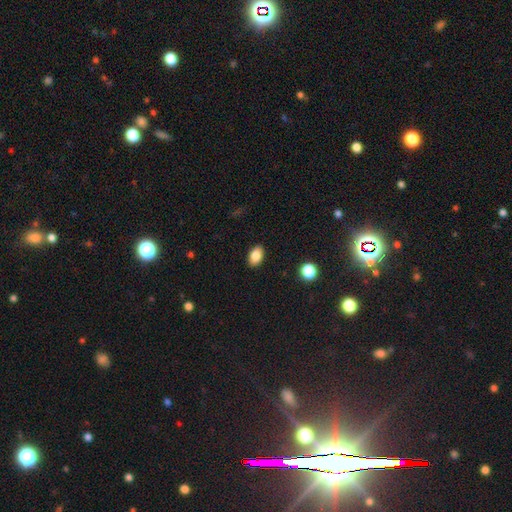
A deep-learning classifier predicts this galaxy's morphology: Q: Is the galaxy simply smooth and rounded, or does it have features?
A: smooth — 85%.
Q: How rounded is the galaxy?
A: in between — 88%.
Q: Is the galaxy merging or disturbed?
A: none — 89%.